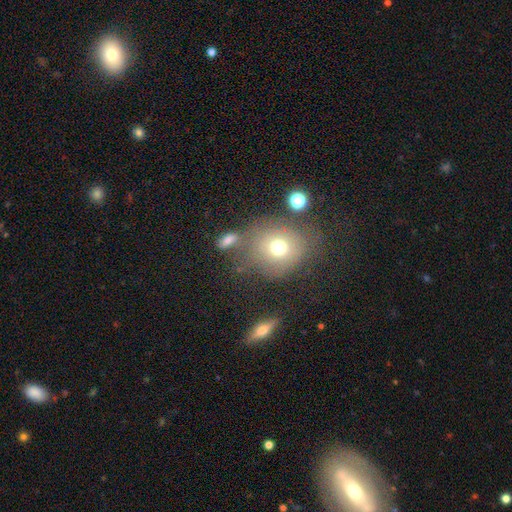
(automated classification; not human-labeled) A smooth galaxy with no disk features (61%) that is round (71%). Merging: none (66%).